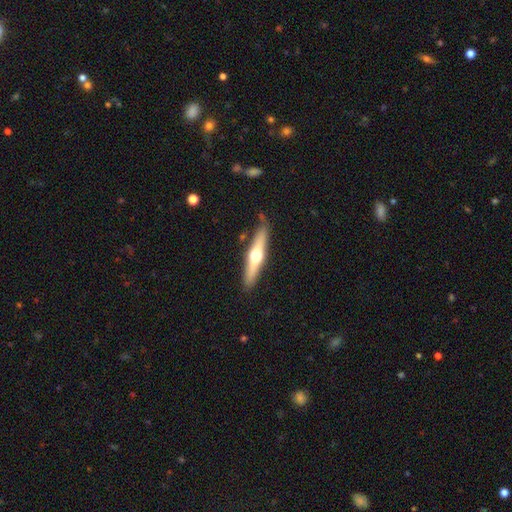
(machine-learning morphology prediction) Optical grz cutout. It shows a featured or disk galaxy (60%) viewed edge-on (95%) with a rounded central bulge (94%). Merging: none (84%).